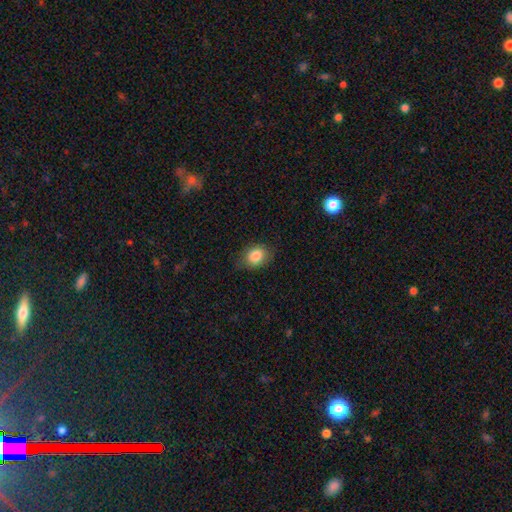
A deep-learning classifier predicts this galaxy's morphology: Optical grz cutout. It shows a smooth galaxy with no disk features (84%) that is in between round and cigar-shaped (65%). Merging: none (77%).